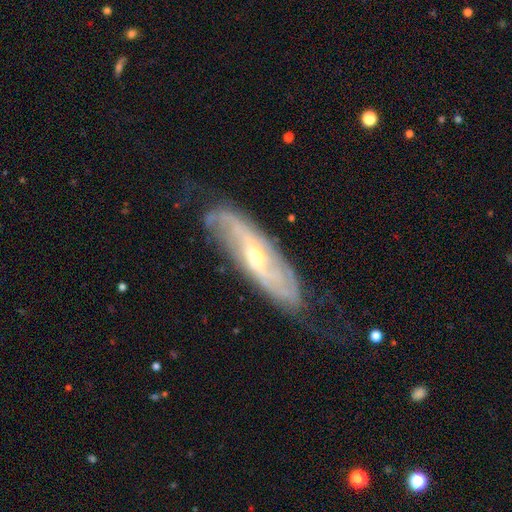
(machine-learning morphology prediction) This appears to be a featured or disk galaxy (81%) with no bar (46%), 2 (61%) medium (36%) spiral arms (90%) and a small central bulge (56%). Merging: none (67%).